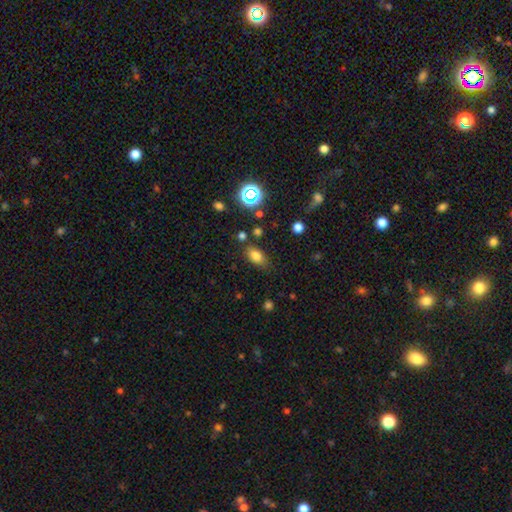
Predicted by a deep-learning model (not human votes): The model was most divided on "merging": none: 76%, minor disturbance: 15%, merger: 4%, major disturbance: 4%. More confident: how rounded — in between (83%); smooth or featured — smooth (77%).